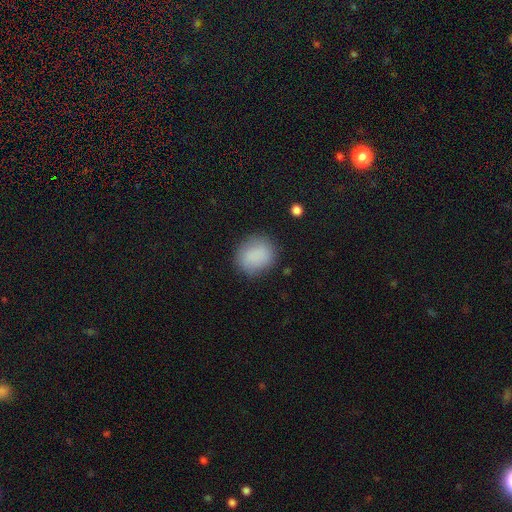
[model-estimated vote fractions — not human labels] A smooth galaxy with no disk features (85%) that is round (70%).

Vote fractions:
- Smooth or featured? smooth: 85% / star or artifact: 8% / featured or disk: 7%
- How rounded? round: 70% / in between: 29% / cigar-shaped: 1%
- Merging? none: 79% / minor disturbance: 15% / major disturbance: 4% / merger: 2%